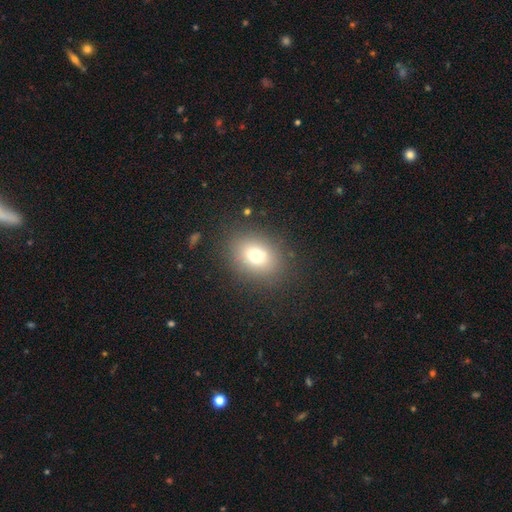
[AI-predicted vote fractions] Overall: smooth (71%). How rounded: round (51%; in between 48%). Merging: none (83%).